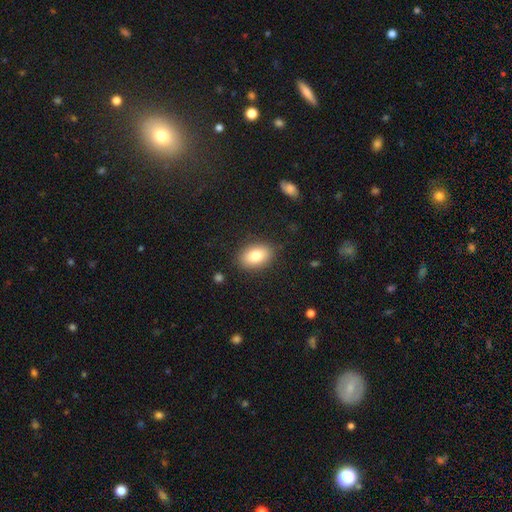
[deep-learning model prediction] The model was most divided on "smooth or featured": smooth: 81%, featured or disk: 11%, star or artifact: 8%. More confident: how rounded — in between (87%); merging — none (86%).